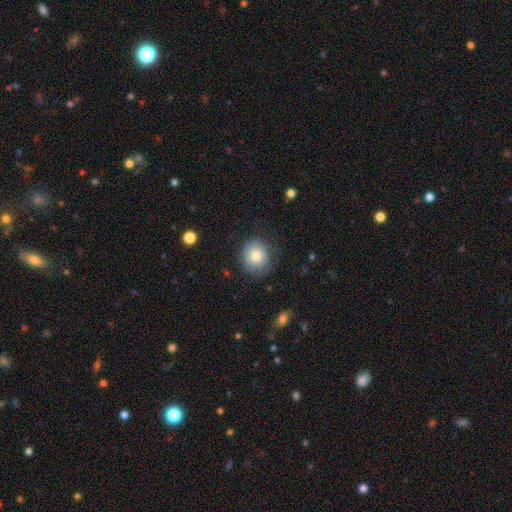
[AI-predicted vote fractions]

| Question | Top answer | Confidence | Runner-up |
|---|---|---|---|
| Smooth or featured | smooth | 78% | featured or disk (14%) |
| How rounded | round | 85% | in between (14%) |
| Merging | none | 76% | minor disturbance (17%) |